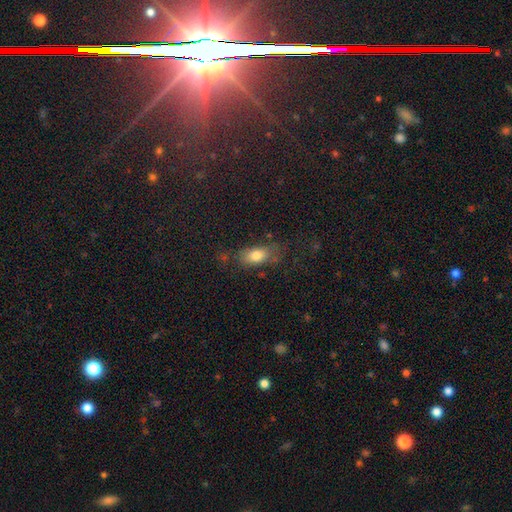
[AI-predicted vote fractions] This is likely a smooth galaxy (78%). How rounded: clearly in between (84%). Merging: likely none (62%).